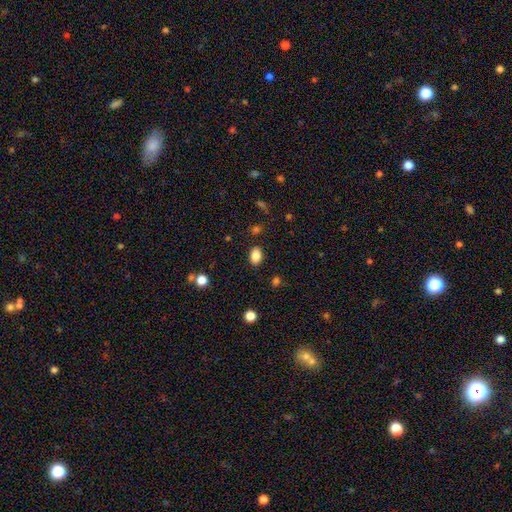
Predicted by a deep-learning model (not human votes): The model was most divided on "how rounded": in between: 82%, round: 17%, cigar-shaped: 1%. More confident: smooth or featured — smooth (86%); merging — none (86%).